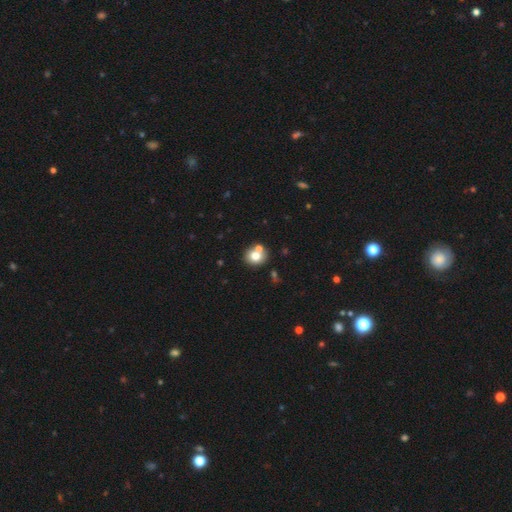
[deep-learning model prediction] smooth_or_featured: smooth (p=0.75) [alt: featured or disk p=0.14]
how_rounded: round (p=0.77) [alt: in between p=0.22]
merging: none (p=0.63) [alt: merger p=0.24]